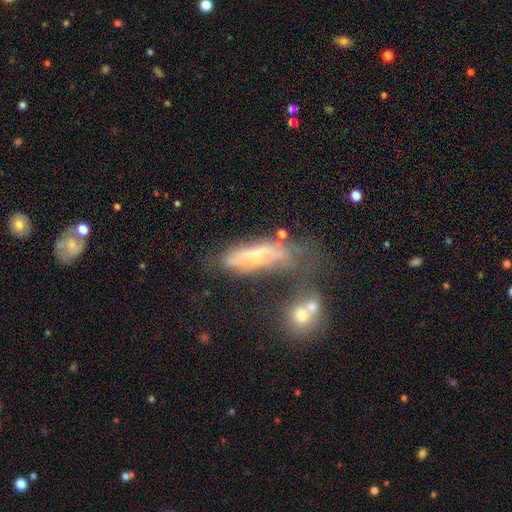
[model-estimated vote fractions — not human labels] Morphology: type=featured or disk (54%); edge-on=no (62%); merging=major disturbance (29%, tied with none).